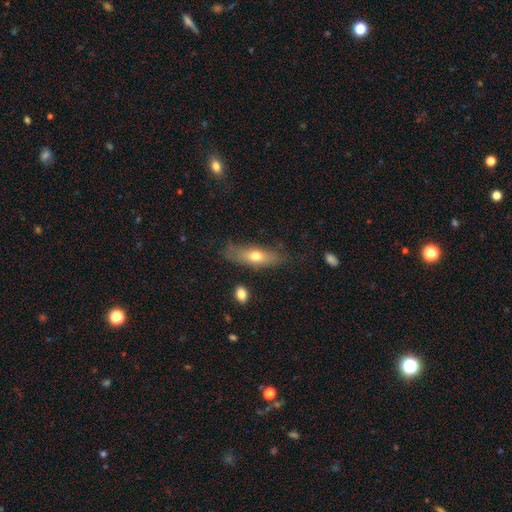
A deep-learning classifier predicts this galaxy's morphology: A smooth galaxy with no disk features (62%) that is in between round and cigar-shaped (54%).

Vote fractions:
- Smooth or featured? smooth: 62% / featured or disk: 30% / star or artifact: 8%
- How rounded? in between: 54% / cigar-shaped: 42% / round: 4%
- Merging? none: 64% / minor disturbance: 23% / major disturbance: 10% / merger: 3%